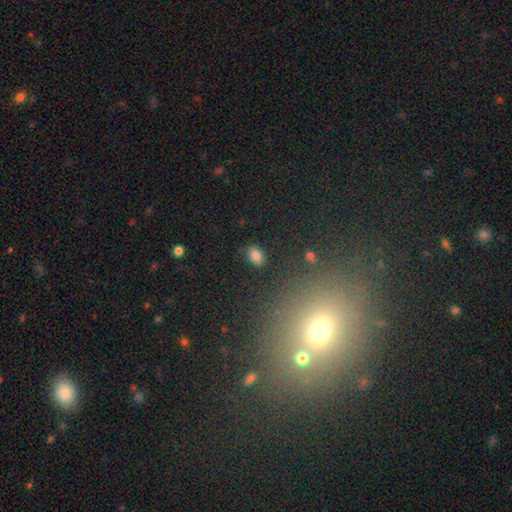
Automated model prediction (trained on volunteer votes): smooth_or_featured: smooth (p=0.82) [alt: star or artifact p=0.12]
how_rounded: in between (p=0.83) [alt: round p=0.15]
merging: none (p=0.83) [alt: minor disturbance p=0.12]